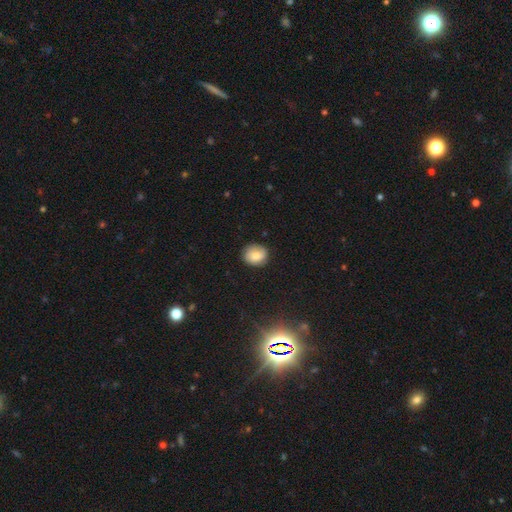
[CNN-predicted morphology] This appears to be a smooth galaxy with no disk features (82%) that is round (69%). Merging: none (82%).